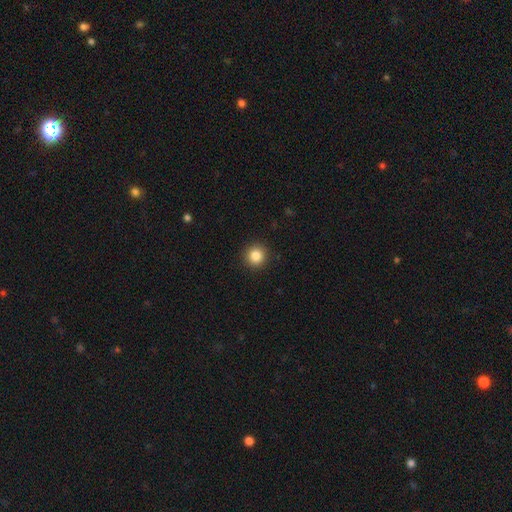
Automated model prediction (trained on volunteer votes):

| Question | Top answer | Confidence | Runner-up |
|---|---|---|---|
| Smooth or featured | smooth | 85% | star or artifact (10%) |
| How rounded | round | 95% | in between (4%) |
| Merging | none | 93% | minor disturbance (5%) |